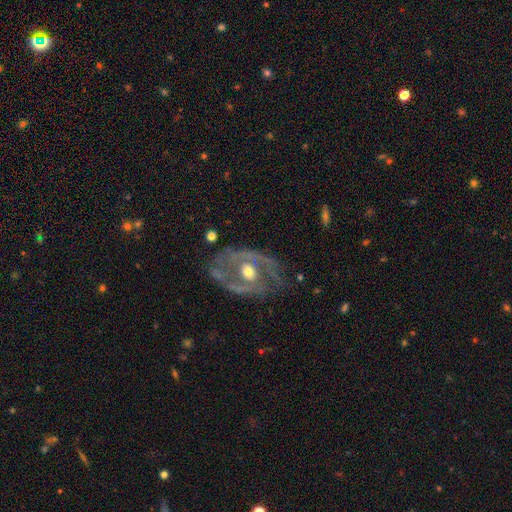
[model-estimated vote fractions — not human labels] A featured or disk galaxy (81%) with no bar (49%), 2 (76%) medium (43%) spiral arms (69%) and a moderate central bulge (71%). Merging: none (75%).